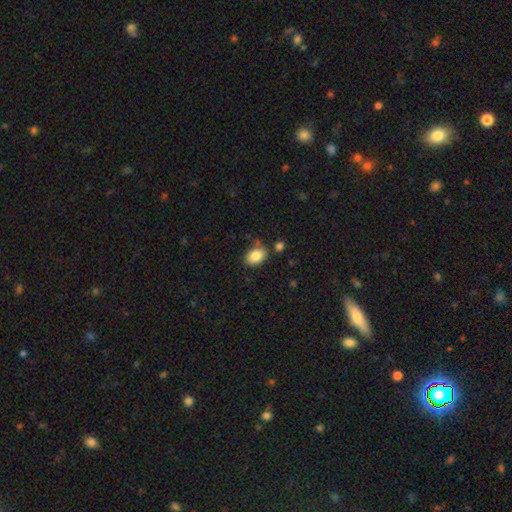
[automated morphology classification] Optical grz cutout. It shows a smooth galaxy with no disk features (85%) that is in between round and cigar-shaped (83%). Merging: none (73%).